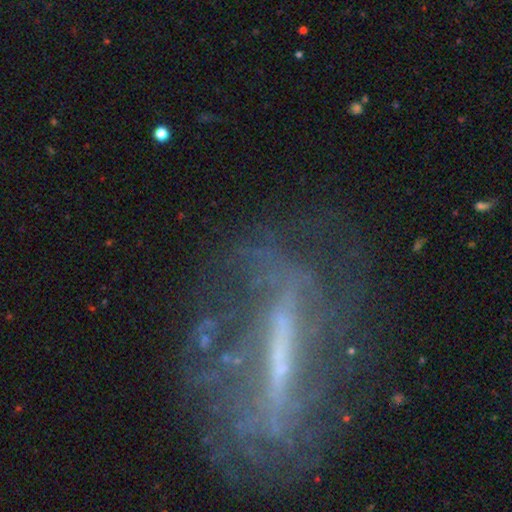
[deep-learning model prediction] Morphology: type=featured or disk (71%); edge-on=no (75%); bar=strong (60%); spiral arms=yes (53%); bulge=small (40%); merging=none (55%).